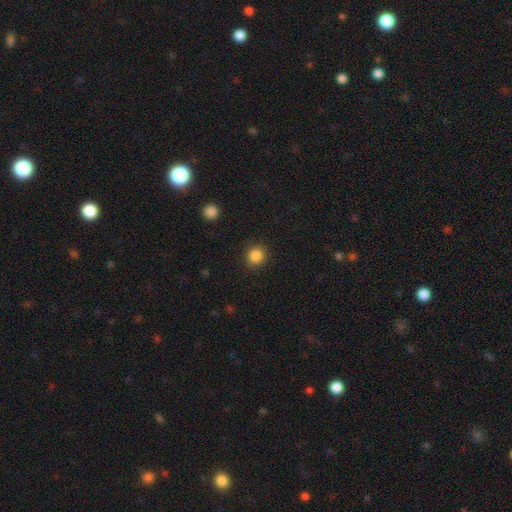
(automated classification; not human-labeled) smooth 86%, star or artifact 10%, featured or disk 3%. Down the decision tree: how rounded — round (87%); merging — none (89%).